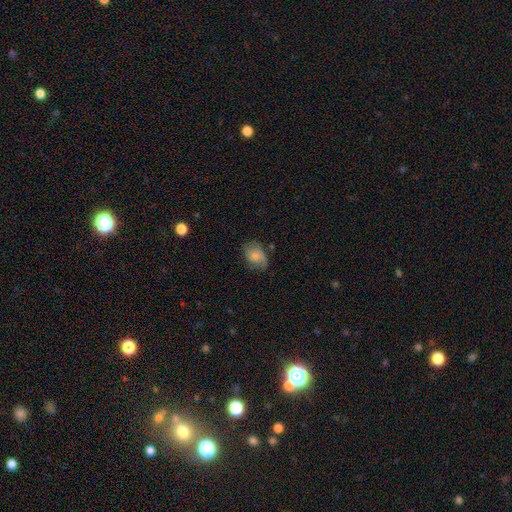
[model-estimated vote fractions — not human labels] smooth_or_featured: smooth (p=0.69) [alt: featured or disk p=0.23]
how_rounded: in between (p=0.78) [alt: round p=0.21]
merging: none (p=0.61) [alt: minor disturbance p=0.28]